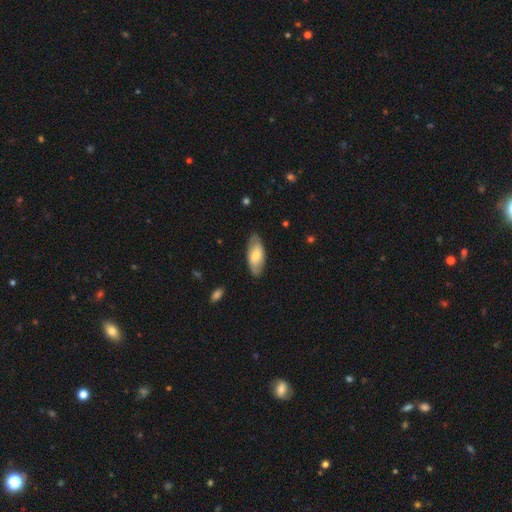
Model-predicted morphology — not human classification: smooth_or_featured: smooth (p=0.71) [alt: featured or disk p=0.24]
how_rounded: in between (p=0.86) [alt: cigar-shaped p=0.12]
merging: none (p=0.83) [alt: minor disturbance p=0.13]